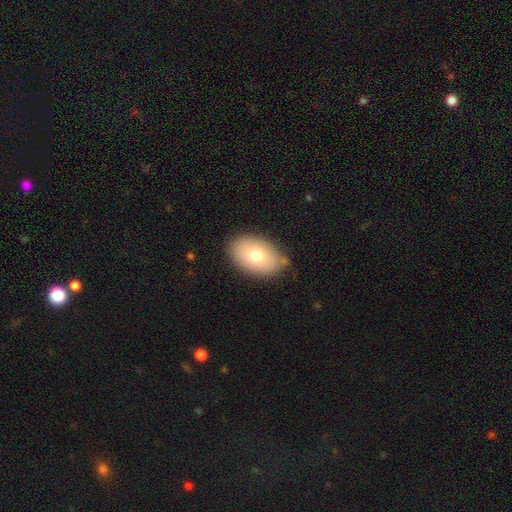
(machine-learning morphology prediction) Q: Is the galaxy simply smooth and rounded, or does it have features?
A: smooth — 75%.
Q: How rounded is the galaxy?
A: in between — 90%.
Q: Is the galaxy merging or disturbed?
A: none — 80%.